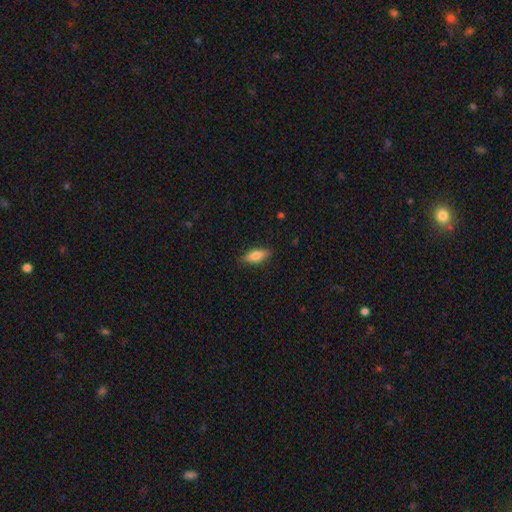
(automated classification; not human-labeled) Smooth or featured: smooth — 75% (featured or disk — 18%)
How rounded: in between — 64% (cigar-shaped — 33%)
Merging: none — 85% (minor disturbance — 12%)